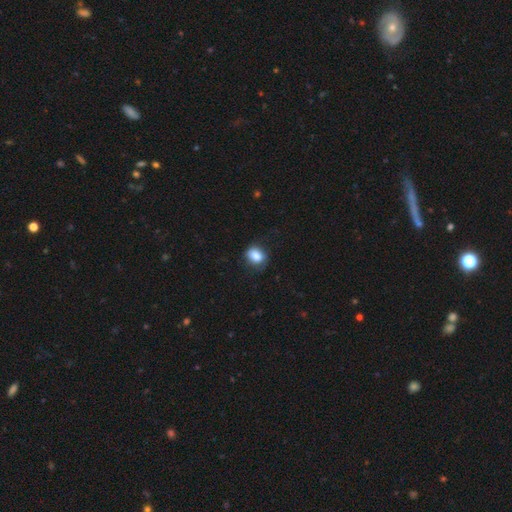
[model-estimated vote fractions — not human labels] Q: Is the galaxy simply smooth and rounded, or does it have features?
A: smooth — 84%.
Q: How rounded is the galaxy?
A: in between — 57%.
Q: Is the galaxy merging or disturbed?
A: none — 72%.